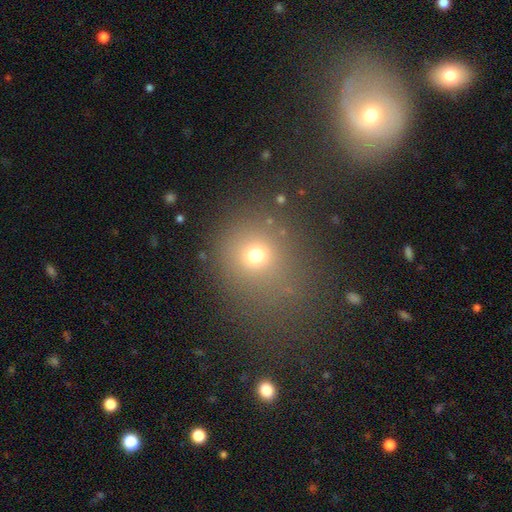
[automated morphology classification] This appears to be a smooth galaxy with no disk features (69%) that is round (79%). Merging: none (73%).